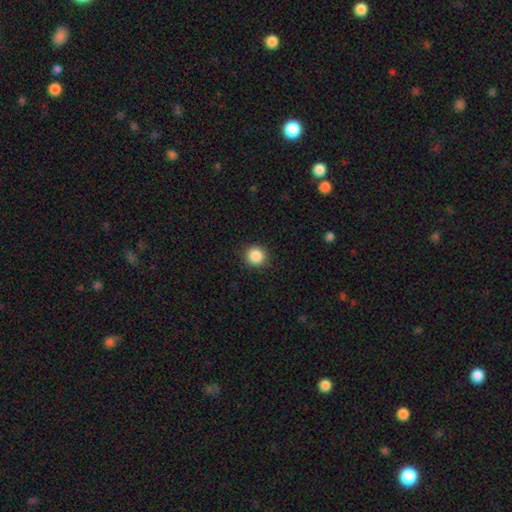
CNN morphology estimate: smooth_or_featured: smooth (p=0.88) [alt: star or artifact p=0.09]
how_rounded: round (p=0.92) [alt: in between p=0.07]
merging: none (p=0.91) [alt: minor disturbance p=0.06]